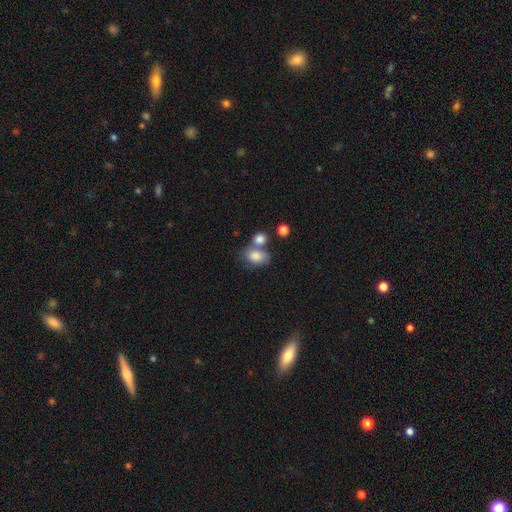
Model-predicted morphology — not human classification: This appears to be a smooth galaxy with no disk features (82%) that is in between round and cigar-shaped (76%). Merging: none (43%).